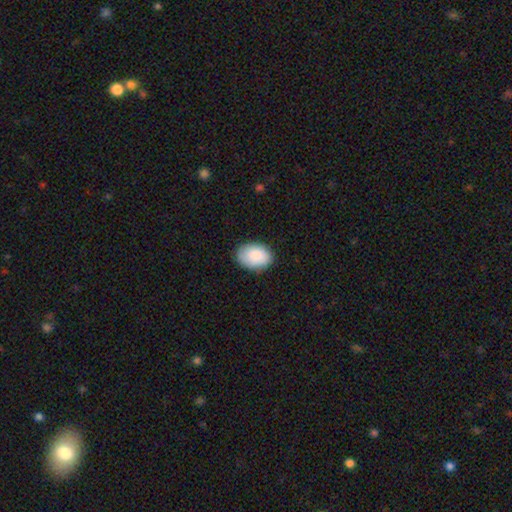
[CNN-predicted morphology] Smooth or featured?
  - smooth: 88% *
  - featured or disk: 6%
  - star or artifact: 6%
How rounded?
  - in between: 83% *
  - round: 16%
  - cigar-shaped: 1%
Merging?
  - none: 85% *
  - minor disturbance: 12%
  - major disturbance: 2%
  - merger: 1%